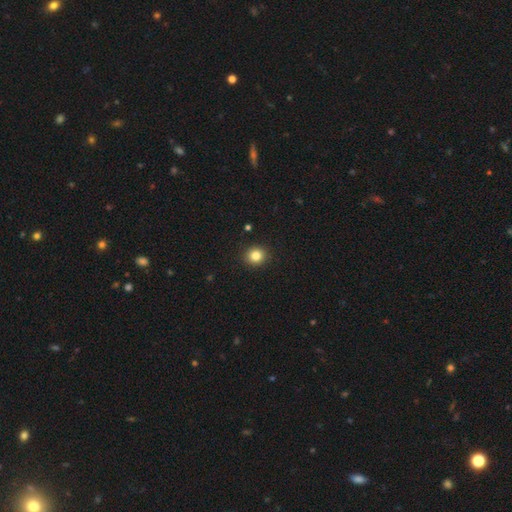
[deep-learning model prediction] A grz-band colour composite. It shows a smooth galaxy with no disk features (84%) that is round (89%). Merging: none (92%).